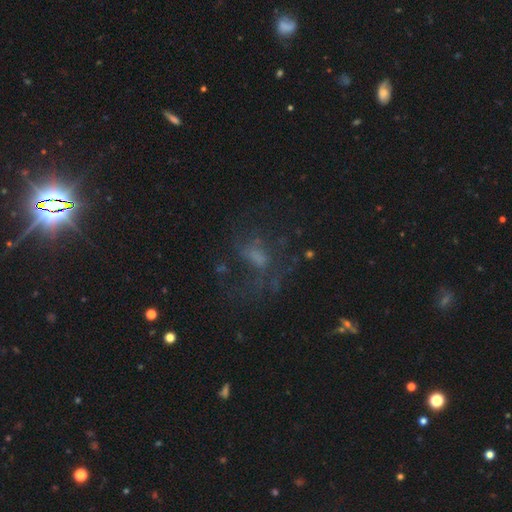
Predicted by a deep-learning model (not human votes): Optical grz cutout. It shows a featured or disk galaxy (45%). Merging: none (45%).